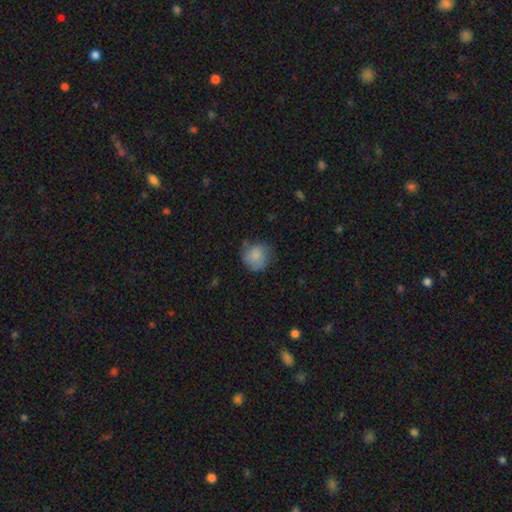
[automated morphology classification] Smooth or featured? smooth (82%)
How rounded? round (86%)
Merging? none (64%)